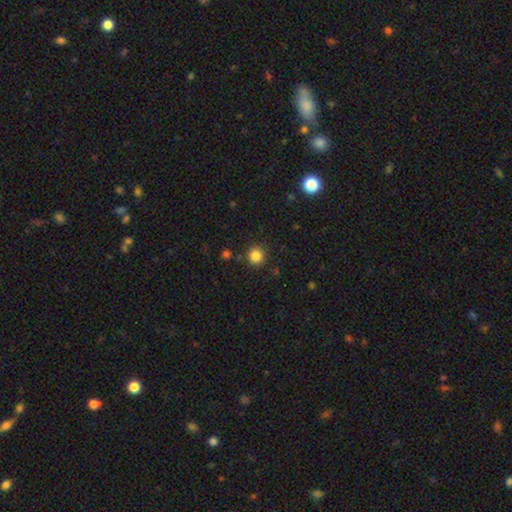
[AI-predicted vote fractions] smooth-or-featured: smooth: 84% | star or artifact: 12% | featured or disk: 4%
  how-rounded: round: 94% | in between: 5% | cigar-shaped: 1%
  merging: none: 89% | minor disturbance: 7% | major disturbance: 2% | merger: 2%